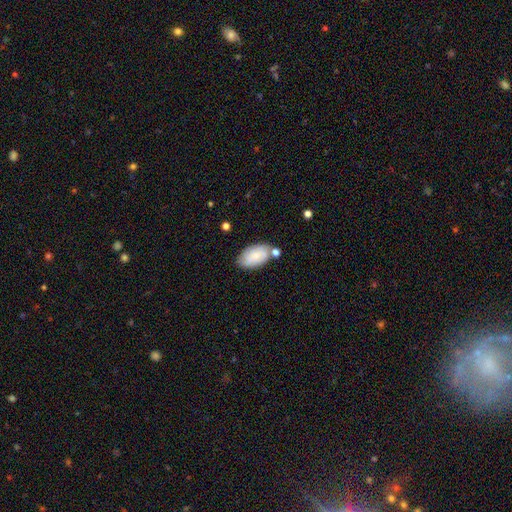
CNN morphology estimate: A smooth galaxy with no disk features (74%) that is in between round and cigar-shaped (94%).

Vote fractions:
- Smooth or featured? smooth: 74% / featured or disk: 19% / star or artifact: 7%
- How rounded? in between: 94% / round: 4% / cigar-shaped: 2%
- Merging? none: 62% / minor disturbance: 20% / merger: 14% / major disturbance: 5%